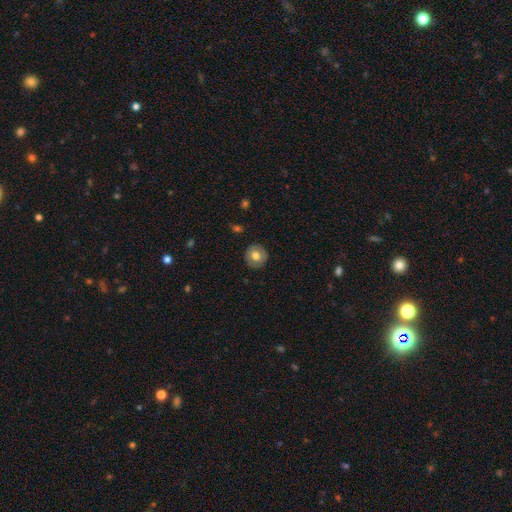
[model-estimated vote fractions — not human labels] A smooth galaxy with no disk features (72%) that is round (91%).

Vote fractions:
- Smooth or featured? smooth: 72% / featured or disk: 20% / star or artifact: 8%
- How rounded? round: 91% / in between: 8% / cigar-shaped: 1%
- Merging? none: 89% / minor disturbance: 8% / major disturbance: 2% / merger: 1%